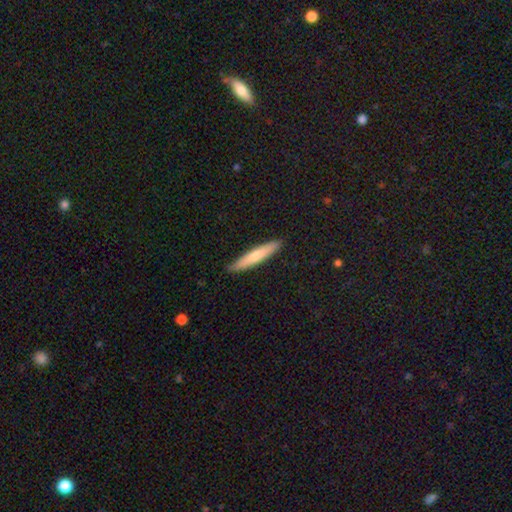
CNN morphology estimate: Smooth or featured?
  - smooth: 69% *
  - featured or disk: 26%
  - star or artifact: 5%
How rounded?
  - cigar-shaped: 91% *
  - in between: 8%
  - round: 1%
Merging?
  - none: 87% *
  - minor disturbance: 10%
  - major disturbance: 2%
  - merger: 1%